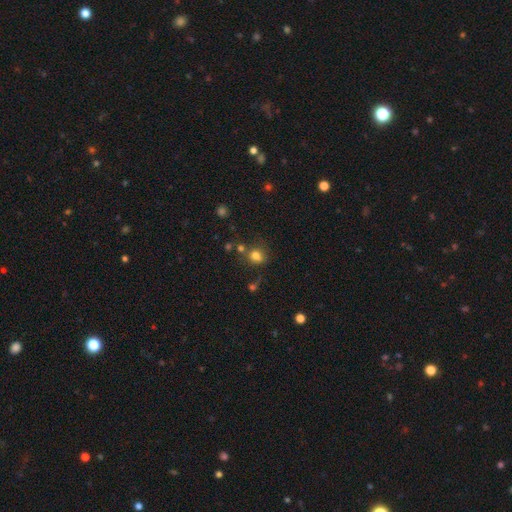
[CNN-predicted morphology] smooth 76%, star or artifact 15%, featured or disk 9%. Down the decision tree: how rounded — round (65%); merging — none (59%).